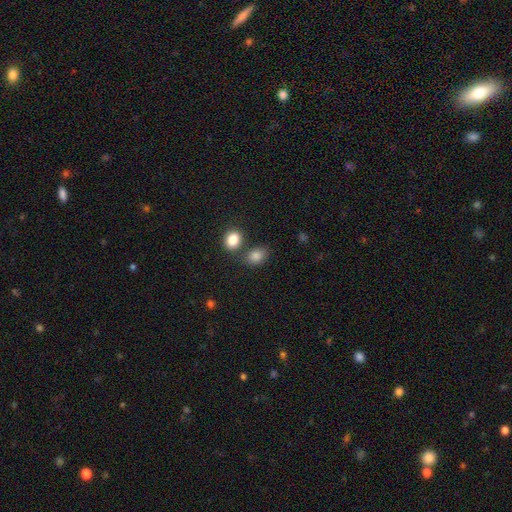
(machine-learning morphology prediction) type=smooth (84%); roundness=in between (64%); merging=none (64%).